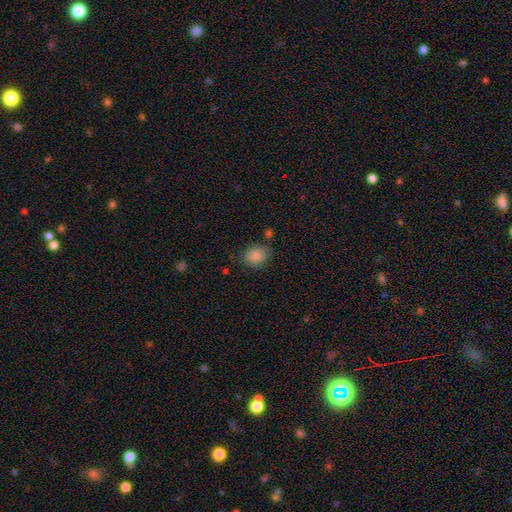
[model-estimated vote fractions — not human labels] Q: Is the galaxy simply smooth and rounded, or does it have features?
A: smooth — 86%.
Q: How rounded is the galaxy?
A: in between — 50%.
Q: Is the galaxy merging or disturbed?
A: none — 77%.